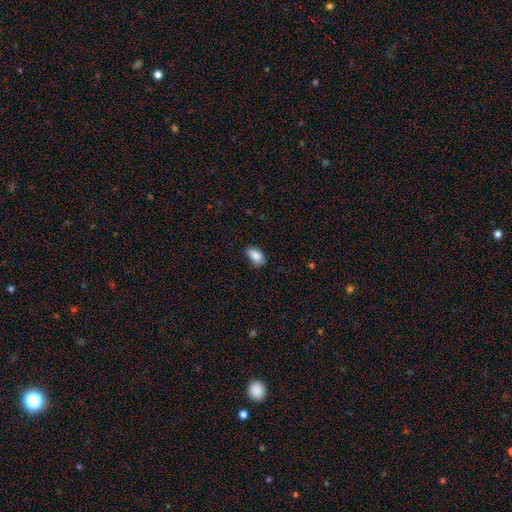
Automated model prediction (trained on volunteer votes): The model was most divided on "merging": none: 78%, minor disturbance: 18%, major disturbance: 3%, merger: 1%. More confident: how rounded — in between (91%); smooth or featured — smooth (88%).